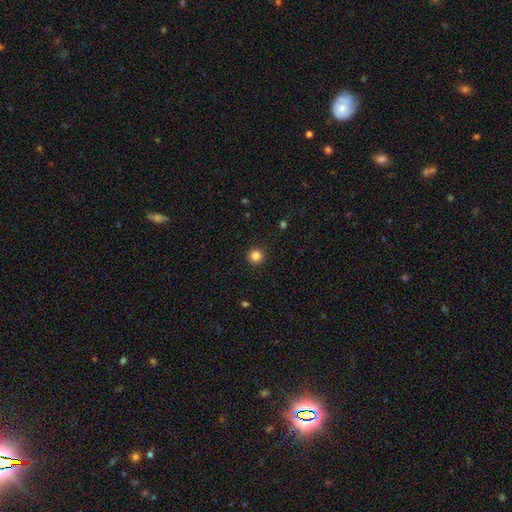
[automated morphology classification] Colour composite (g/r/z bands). It shows a smooth galaxy with no disk features (84%) that is round (95%). Merging: none (92%).